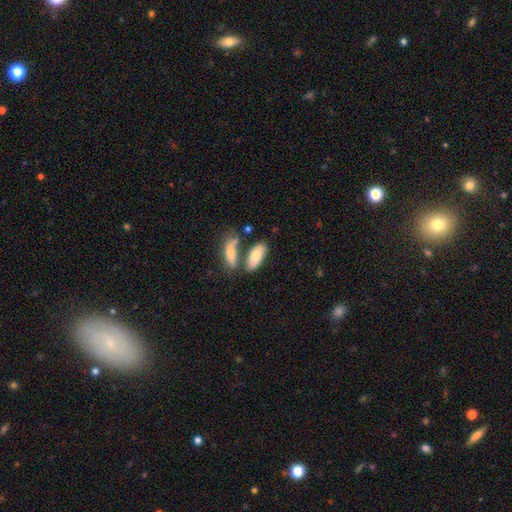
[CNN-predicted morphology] Smooth or featured: smooth — 74% (featured or disk — 20%)
How rounded: in between — 83% (cigar-shaped — 15%)
Merging: none — 51% (merger — 32%)